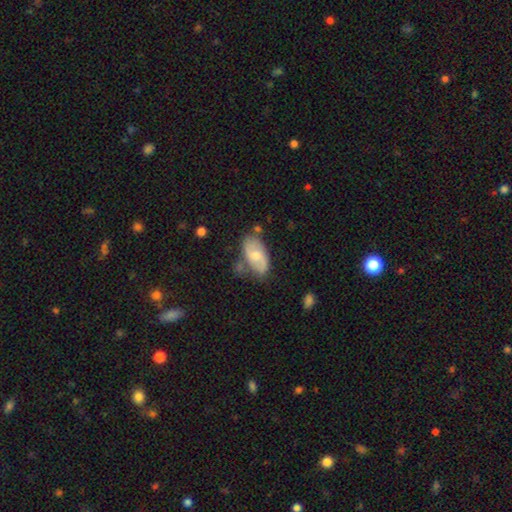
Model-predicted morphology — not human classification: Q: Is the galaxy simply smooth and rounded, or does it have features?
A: smooth — 49%.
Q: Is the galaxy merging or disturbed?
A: none — 61%.